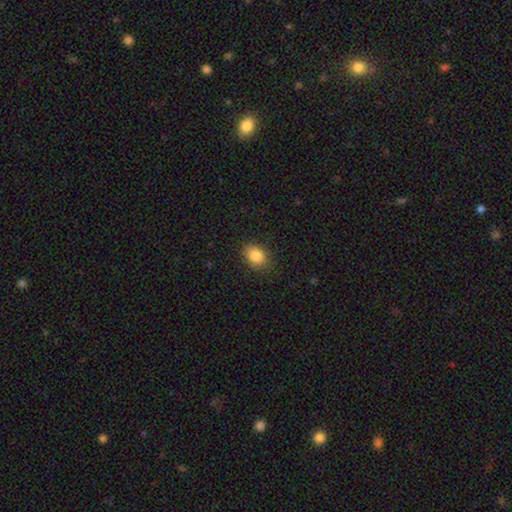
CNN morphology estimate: Smooth or featured: smooth — 86% (star or artifact — 9%)
How rounded: in between — 67% (round — 32%)
Merging: none — 84% (minor disturbance — 12%)